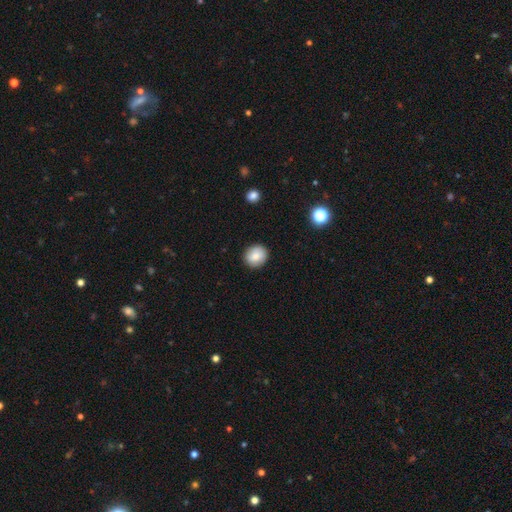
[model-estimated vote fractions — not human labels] smooth-or-featured: smooth: 85% | star or artifact: 8% | featured or disk: 7%
  how-rounded: round: 79% | in between: 20% | cigar-shaped: 1%
  merging: none: 89% | minor disturbance: 8% | major disturbance: 2% | merger: 1%